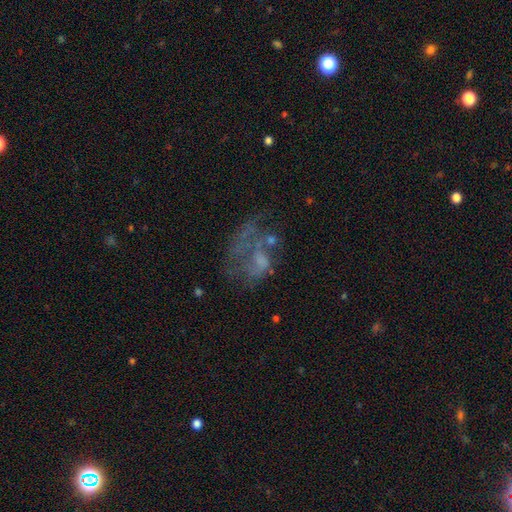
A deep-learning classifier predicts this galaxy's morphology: A featured or disk galaxy (52%) with no bar (84%), no spiral arms (77%) and no central bulge (54%). Merging: major disturbance (41%).